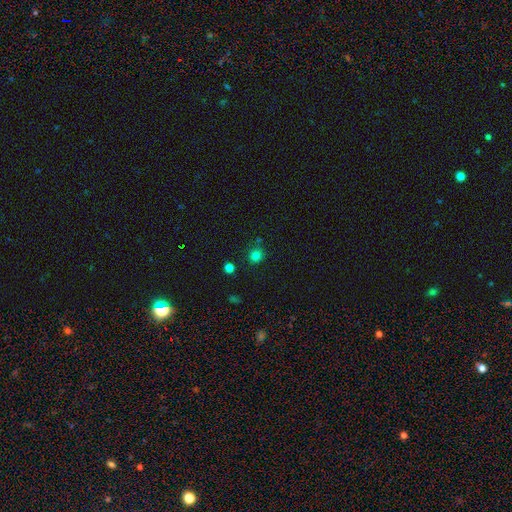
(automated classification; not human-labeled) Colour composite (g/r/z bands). It shows a smooth galaxy with no disk features (78%) that is round (87%). Merging: none (82%).